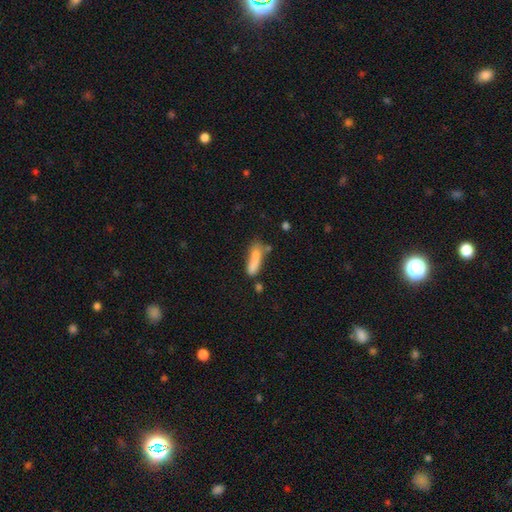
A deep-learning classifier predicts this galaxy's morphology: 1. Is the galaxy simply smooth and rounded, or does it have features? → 73% smooth, 17% featured or disk, 10% star or artifact.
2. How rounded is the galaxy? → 61% cigar-shaped, 36% in between, 3% round.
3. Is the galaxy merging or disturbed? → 40% none, 25% merger, 21% minor disturbance, 13% major disturbance.